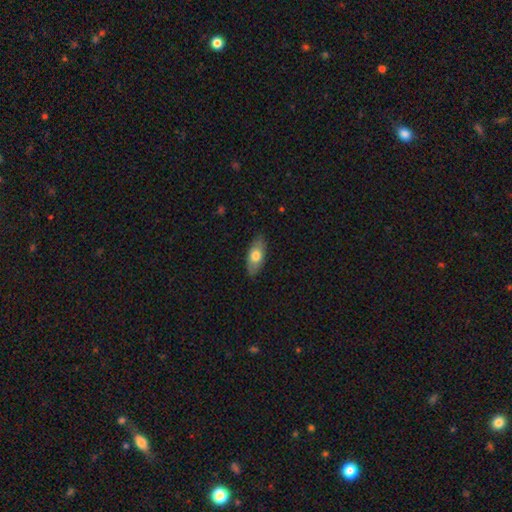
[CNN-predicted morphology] smooth 71%, featured or disk 23%, star or artifact 6%. Down the decision tree: how rounded — in between (86%); merging — none (86%).